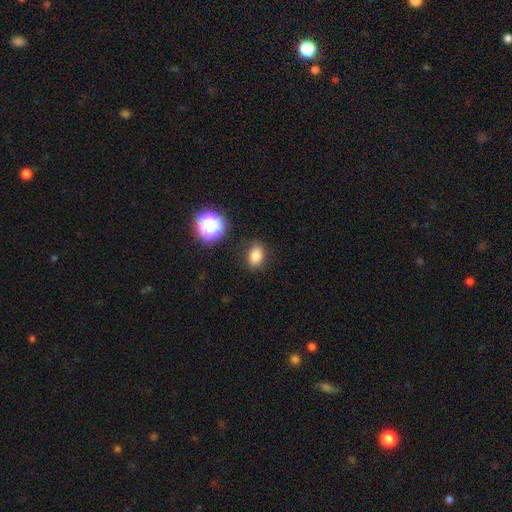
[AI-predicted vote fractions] smooth-or-featured: smooth: 81% | star or artifact: 13% | featured or disk: 6%
  how-rounded: in between: 71% | round: 28% | cigar-shaped: 1%
  merging: none: 85% | minor disturbance: 10% | major disturbance: 3% | merger: 2%